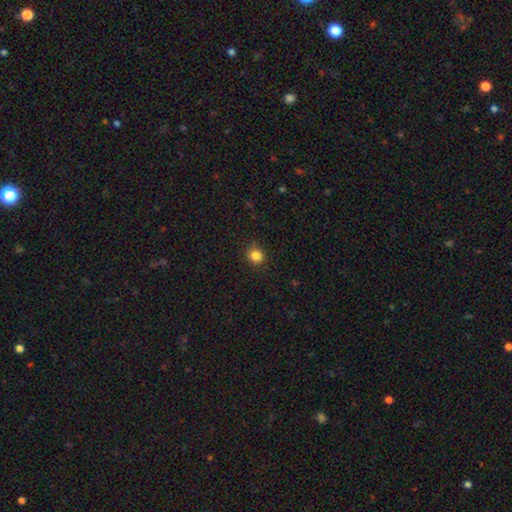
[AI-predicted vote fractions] Overall: smooth (84%). How rounded: round (79%). Merging: none (88%).